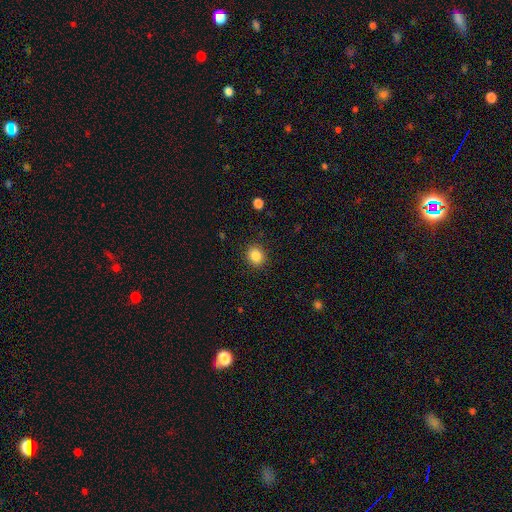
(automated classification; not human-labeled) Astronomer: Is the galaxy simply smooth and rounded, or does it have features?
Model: smooth — 86%.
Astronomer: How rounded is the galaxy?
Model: round — 74%.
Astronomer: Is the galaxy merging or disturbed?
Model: none — 90%.